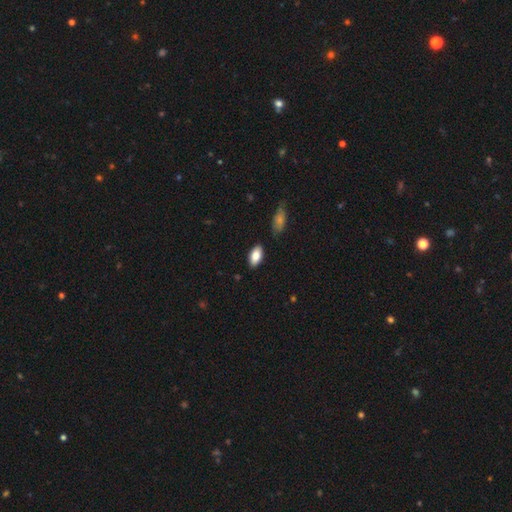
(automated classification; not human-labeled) Morphology: type=smooth (83%); roundness=in between (93%); merging=none (87%).